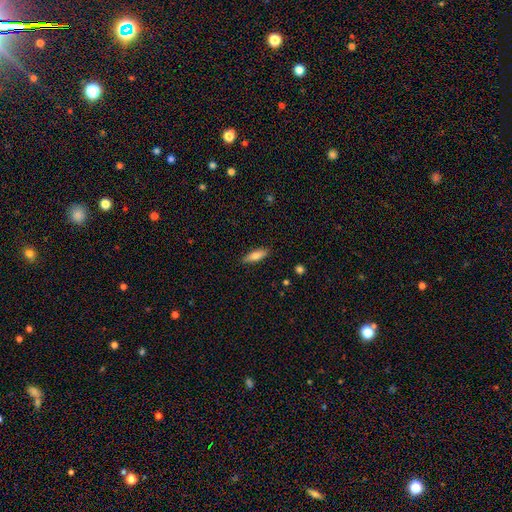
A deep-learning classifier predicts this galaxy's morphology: smooth-or-featured: smooth: 76% | featured or disk: 17% | star or artifact: 6%
  how-rounded: cigar-shaped: 50% | in between: 48% | round: 2%
  merging: none: 87% | minor disturbance: 10% | major disturbance: 2% | merger: 1%